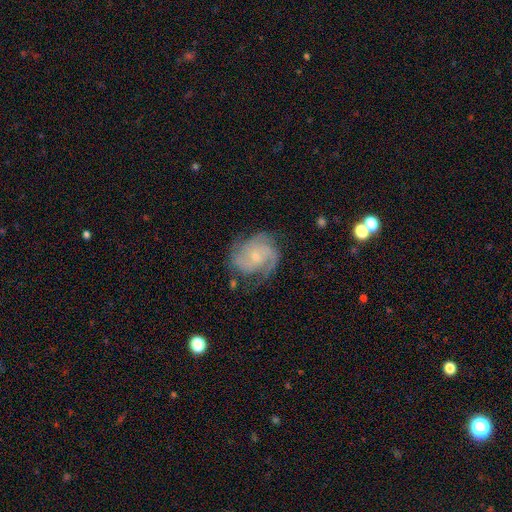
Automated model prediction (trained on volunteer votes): Smooth or featured: featured or disk — 83% (smooth — 11%)
Edge-on disk: no — 98% (yes — 2%)
Bar: no — 68% (weak — 27%)
Spiral arms: yes — 96% (no — 4%)
Spiral winding: tight — 44% (tied with medium — 44%)
Spiral arm count: 3 — 34% (2 — 33%)
Bulge size: small — 72% (moderate — 23%)
Merging: none — 67% (minor disturbance — 21%)